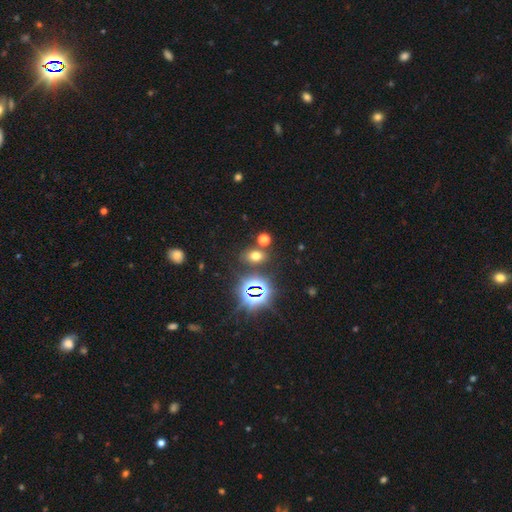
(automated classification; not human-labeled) smooth_or_featured: smooth (p=0.57) [alt: star or artifact p=0.34]
how_rounded: in between (p=0.69) [alt: round p=0.29]
merging: none (p=0.78) [alt: minor disturbance p=0.09]